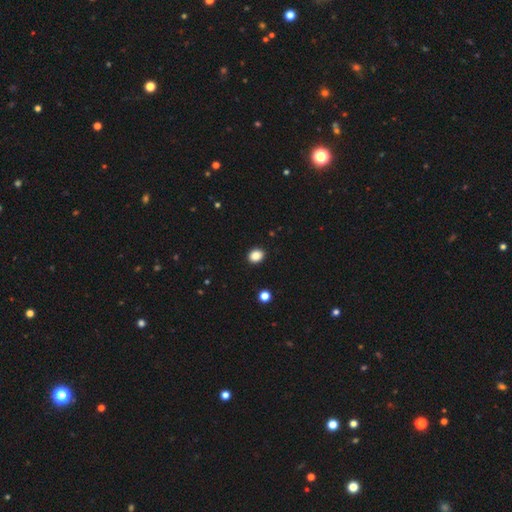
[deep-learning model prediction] Overall: smooth (87%). How rounded: round (56%; in between 43%). Merging: none (91%).